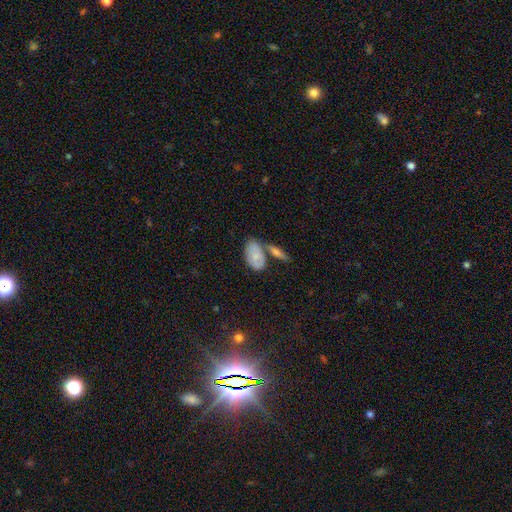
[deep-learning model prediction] Overall: smooth (73%). How rounded: in between (92%). Merging: none (49%; merger 27%).